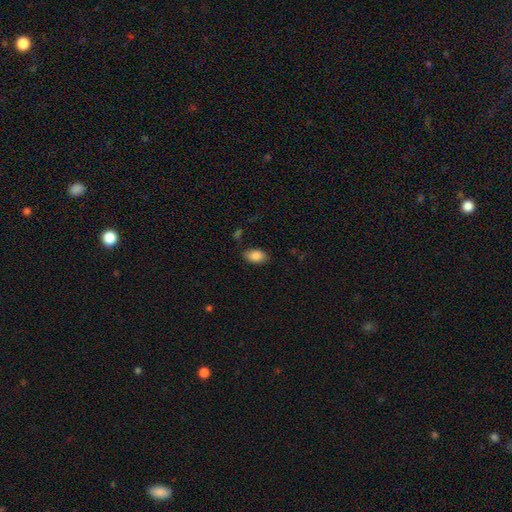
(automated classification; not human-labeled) smooth 87%, star or artifact 7%, featured or disk 6%. Down the decision tree: how rounded — in between (92%); merging — none (80%).